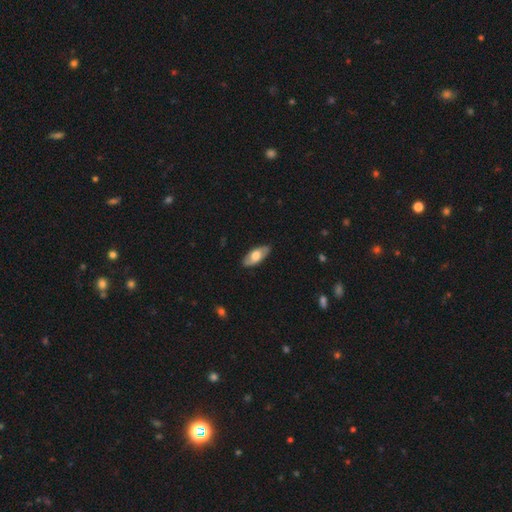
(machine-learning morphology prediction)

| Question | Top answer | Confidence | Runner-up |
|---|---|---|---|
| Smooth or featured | smooth | 56% | featured or disk (39%) |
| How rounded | in between | 87% | cigar-shaped (11%) |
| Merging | none | 84% | minor disturbance (12%) |